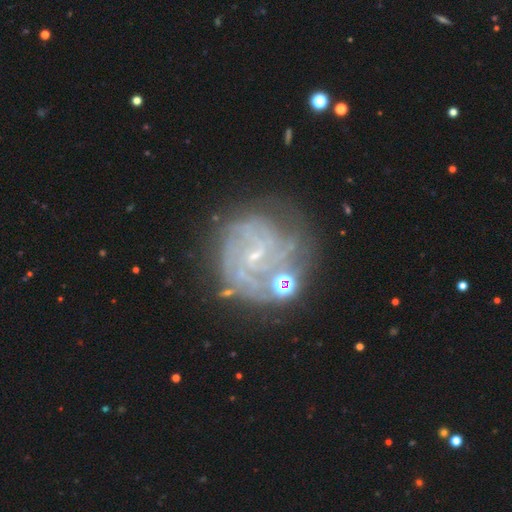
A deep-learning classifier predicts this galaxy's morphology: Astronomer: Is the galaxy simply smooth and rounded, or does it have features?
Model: featured or disk — 79%.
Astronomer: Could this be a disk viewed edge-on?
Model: no — 98%.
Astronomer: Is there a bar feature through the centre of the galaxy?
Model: no — 45% (runner-up: weak, 44%).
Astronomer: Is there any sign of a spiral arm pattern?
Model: yes — 88%.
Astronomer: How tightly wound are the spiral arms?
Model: tight — 59%.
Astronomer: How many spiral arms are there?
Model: can't tell — 37% (runner-up: 3, 17%).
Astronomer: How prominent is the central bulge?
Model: small — 77%.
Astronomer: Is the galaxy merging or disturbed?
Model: none — 62%.